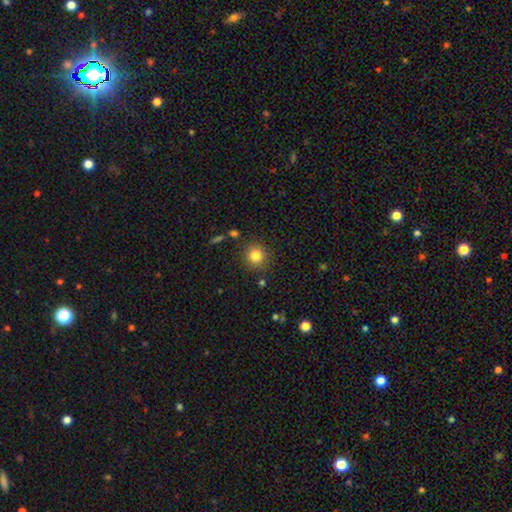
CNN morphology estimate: smooth-or-featured: smooth: 82% | star or artifact: 12% | featured or disk: 6%
  how-rounded: round: 92% | in between: 7% | cigar-shaped: 1%
  merging: none: 87% | minor disturbance: 8% | merger: 3% | major disturbance: 3%